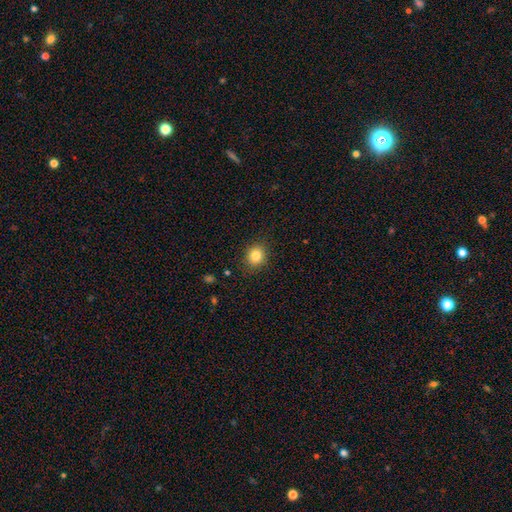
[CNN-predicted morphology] Smooth or featured?
  - smooth: 83% *
  - star or artifact: 11%
  - featured or disk: 6%
How rounded?
  - round: 72% *
  - in between: 27%
  - cigar-shaped: 1%
Merging?
  - none: 87% *
  - minor disturbance: 9%
  - major disturbance: 3%
  - merger: 1%